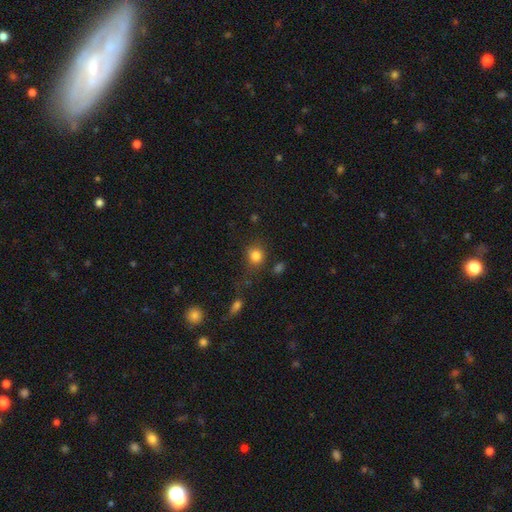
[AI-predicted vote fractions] Overall: smooth (82%). How rounded: round (81%). Merging: none (70%).